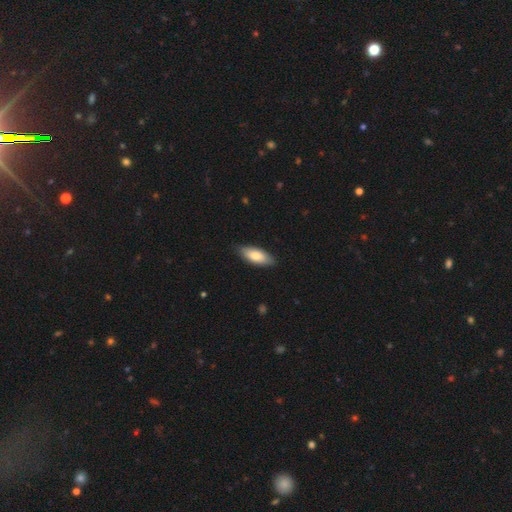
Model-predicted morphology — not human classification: type=smooth (77%); roundness=in between (80%); merging=none (84%).